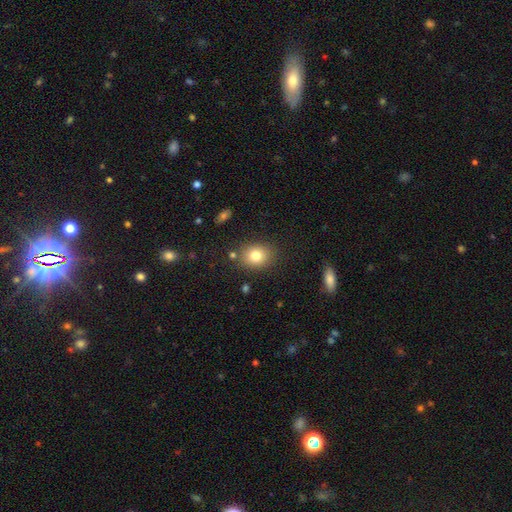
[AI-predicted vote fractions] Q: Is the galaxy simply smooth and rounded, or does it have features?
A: smooth — 79%.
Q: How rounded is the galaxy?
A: round — 56%.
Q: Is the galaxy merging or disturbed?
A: none — 83%.